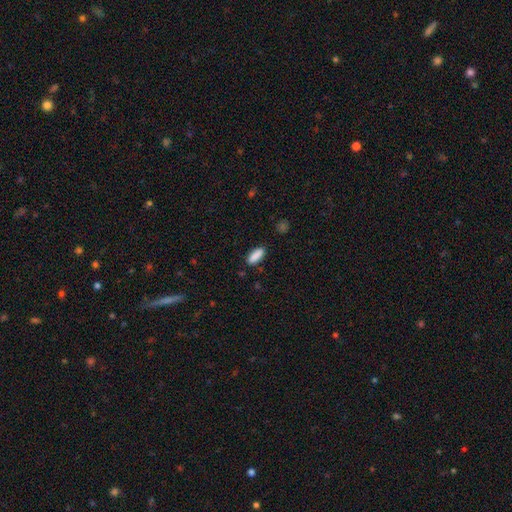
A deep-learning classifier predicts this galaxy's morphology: type=smooth (89%); roundness=in between (66%); merging=none (86%).